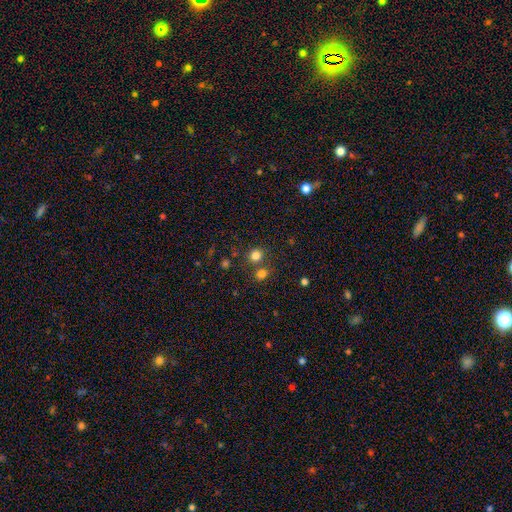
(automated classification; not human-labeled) Smooth or featured? smooth (79%)
How rounded? round (84%)
Merging? none (68%)